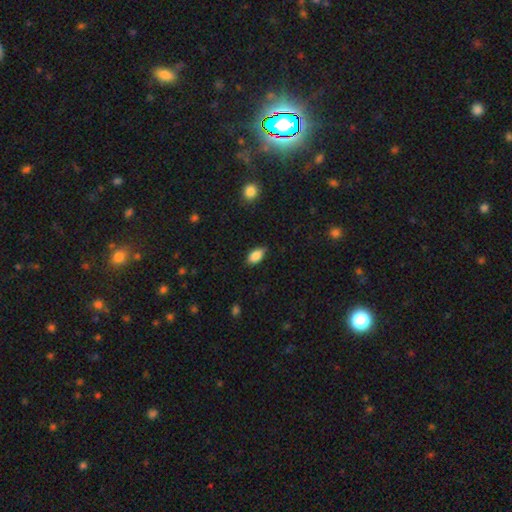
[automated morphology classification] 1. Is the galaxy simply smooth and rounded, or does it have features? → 86% smooth, 8% star or artifact, 6% featured or disk.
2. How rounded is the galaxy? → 92% in between, 5% round, 3% cigar-shaped.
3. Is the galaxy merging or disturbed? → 83% none, 14% minor disturbance, 3% major disturbance, 1% merger.